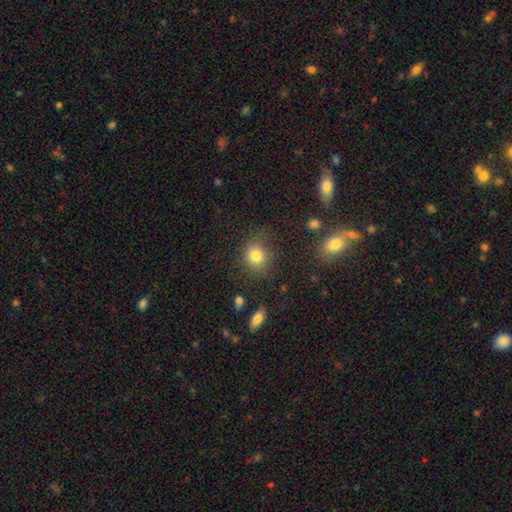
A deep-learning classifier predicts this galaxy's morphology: A smooth galaxy with no disk features (81%) that is round (77%).

Vote fractions:
- Smooth or featured? smooth: 81% / star or artifact: 12% / featured or disk: 7%
- How rounded? round: 77% / in between: 22% / cigar-shaped: 1%
- Merging? none: 74% / minor disturbance: 16% / major disturbance: 7% / merger: 3%